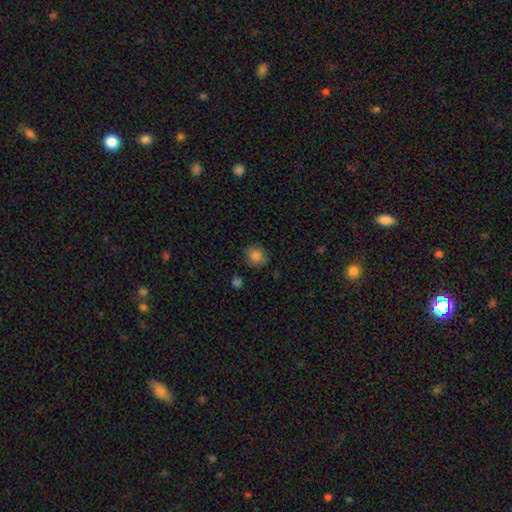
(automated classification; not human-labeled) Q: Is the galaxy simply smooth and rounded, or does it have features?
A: smooth — 85%.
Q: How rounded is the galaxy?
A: round — 79%.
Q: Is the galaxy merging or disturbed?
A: none — 84%.